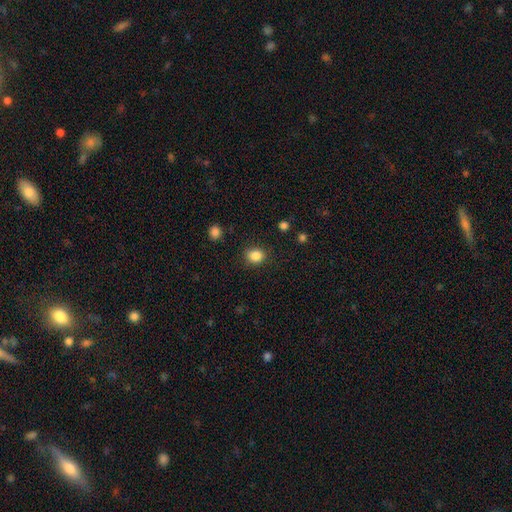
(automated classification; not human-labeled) A smooth galaxy with no disk features (86%) that is round (63%). Merging: none (86%).